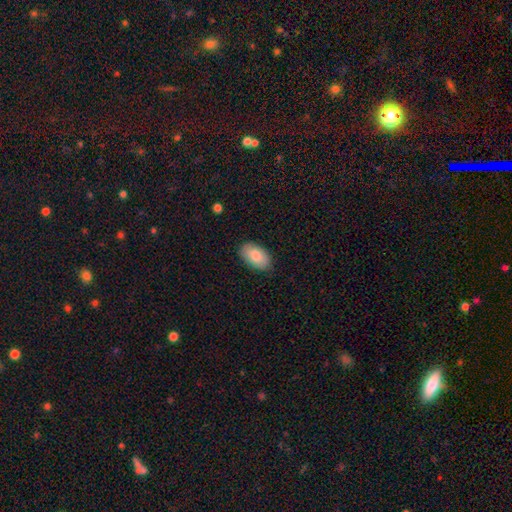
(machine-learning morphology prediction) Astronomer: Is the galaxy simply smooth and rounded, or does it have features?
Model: smooth — 83%.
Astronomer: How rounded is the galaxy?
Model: in between — 93%.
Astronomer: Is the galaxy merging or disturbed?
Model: none — 86%.